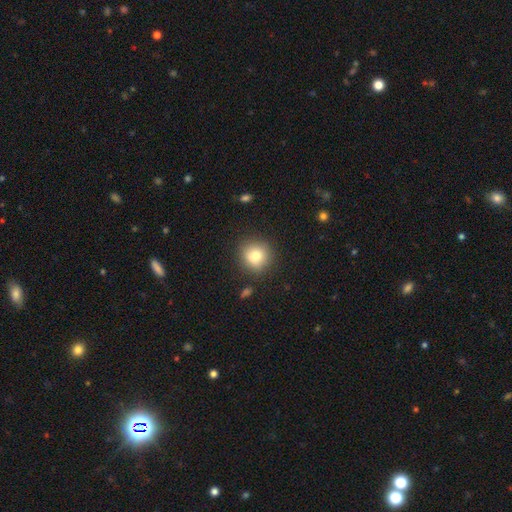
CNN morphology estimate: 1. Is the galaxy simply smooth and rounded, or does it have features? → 80% smooth, 10% star or artifact, 9% featured or disk.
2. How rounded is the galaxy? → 89% round, 10% in between, 1% cigar-shaped.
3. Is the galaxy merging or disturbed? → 85% none, 10% minor disturbance, 3% major disturbance, 2% merger.